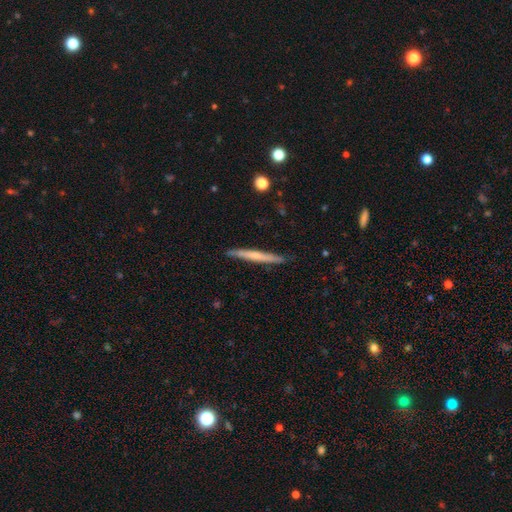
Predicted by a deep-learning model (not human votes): Smooth or featured? smooth (48%)
Merging? none (89%)